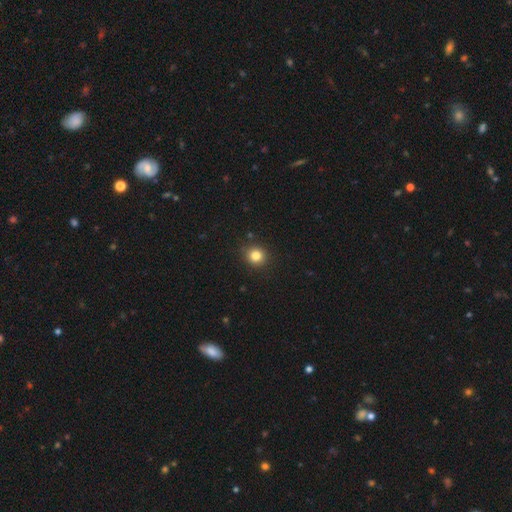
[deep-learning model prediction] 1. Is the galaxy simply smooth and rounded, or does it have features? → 82% smooth, 12% star or artifact, 6% featured or disk.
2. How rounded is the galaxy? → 85% round, 14% in between, 1% cigar-shaped.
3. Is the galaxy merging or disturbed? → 89% none, 8% minor disturbance, 2% major disturbance, 1% merger.